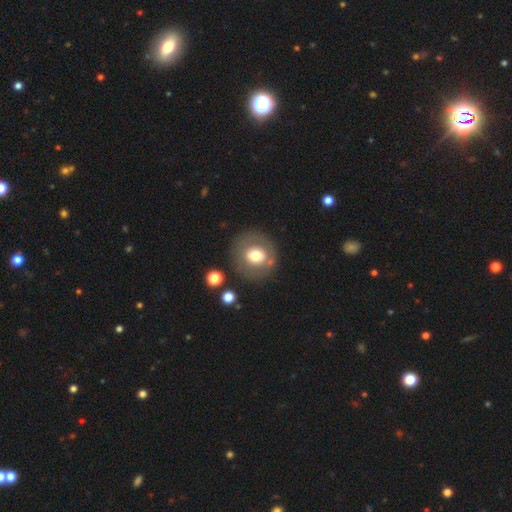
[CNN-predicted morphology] type=smooth (63%); roundness=round (85%); merging=none (78%).